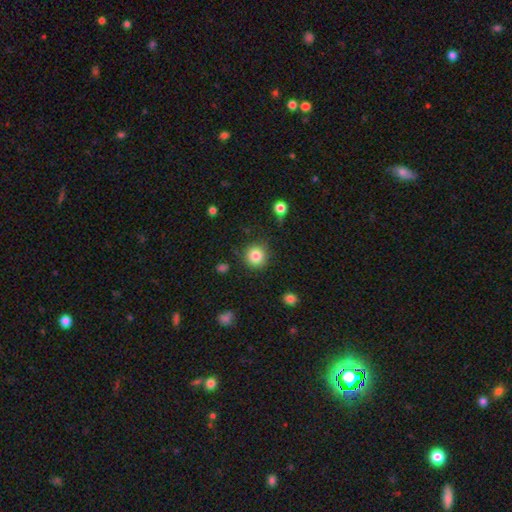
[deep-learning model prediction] smooth 83%, star or artifact 10%, featured or disk 7%. Down the decision tree: how rounded — round (93%); merging — none (87%).